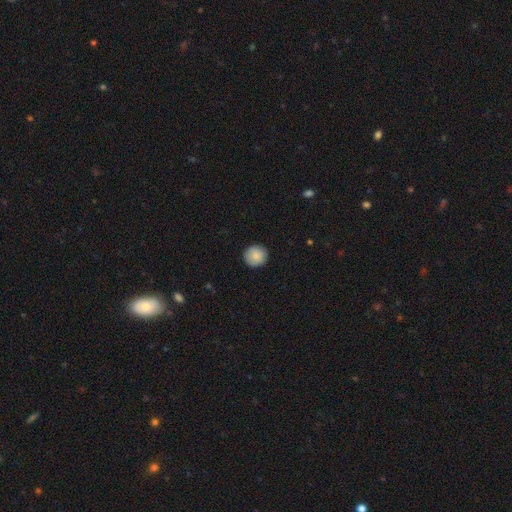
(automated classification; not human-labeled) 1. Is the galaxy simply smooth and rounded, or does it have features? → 86% smooth, 7% star or artifact, 7% featured or disk.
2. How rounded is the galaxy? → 94% round, 5% in between, 1% cigar-shaped.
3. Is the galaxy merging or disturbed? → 90% none, 8% minor disturbance, 2% major disturbance, 1% merger.